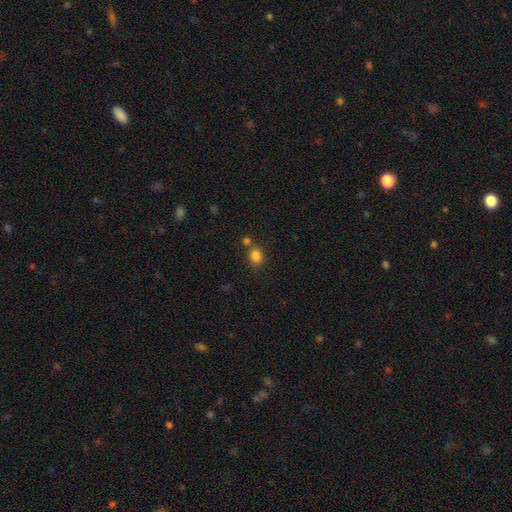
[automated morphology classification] The model was most divided on "how rounded": round: 62%, in between: 37%, cigar-shaped: 1%. More confident: smooth or featured — smooth (83%); merging — none (68%).